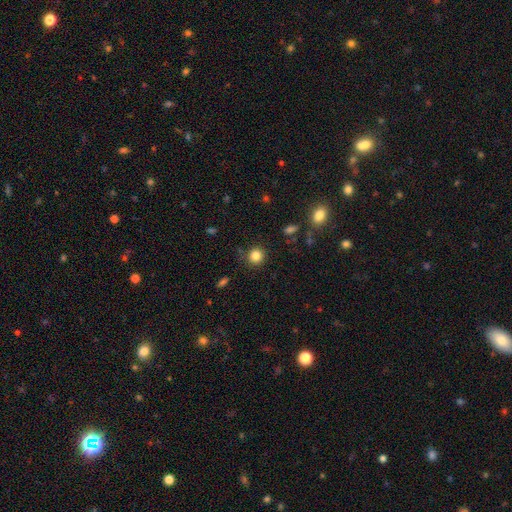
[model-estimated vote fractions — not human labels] smooth_or_featured: smooth (p=0.84) [alt: star or artifact p=0.11]
how_rounded: round (p=0.90) [alt: in between p=0.09]
merging: none (p=0.87) [alt: minor disturbance p=0.08]